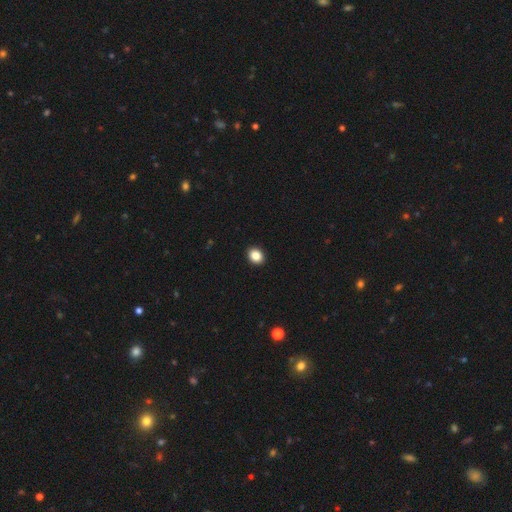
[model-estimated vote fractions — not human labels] smooth-or-featured: smooth: 86% | star or artifact: 10% | featured or disk: 4%
  how-rounded: round: 60% | in between: 39% | cigar-shaped: 1%
  merging: none: 93% | minor disturbance: 5% | major disturbance: 1% | merger: 1%